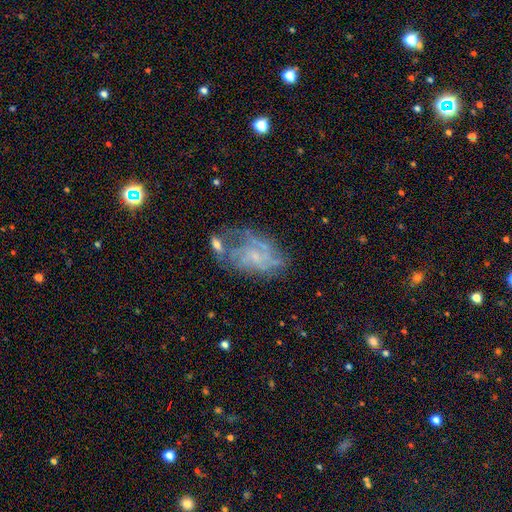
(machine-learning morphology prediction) featured or disk 72%, smooth 15%, star or artifact 12%. Down the decision tree: edge-on disk — no (97%); bar — no (67%); spiral arms — yes (83%); spiral arm count — can't tell (44%); spiral winding — tight (45%); bulge size — small (68%); merging — none (46%).